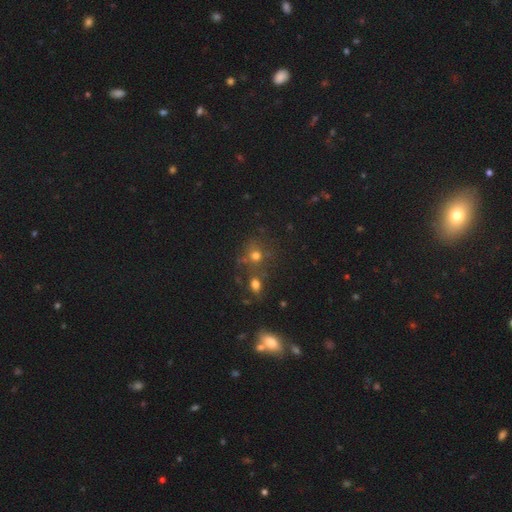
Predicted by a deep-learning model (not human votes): Smooth or featured? Predicted: smooth (p=0.65). How rounded? Predicted: round (p=0.81). Merging? Predicted: none (p=0.56).